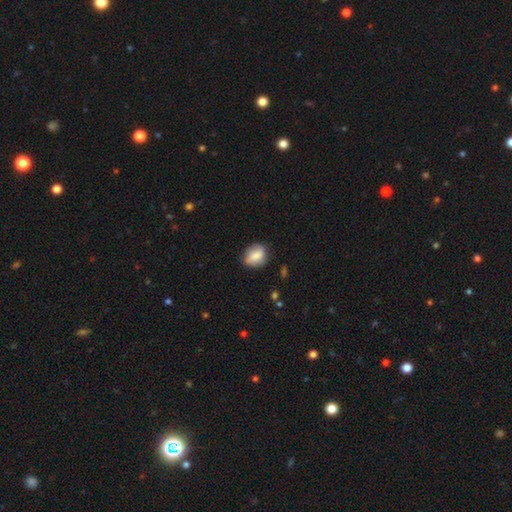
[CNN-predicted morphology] A smooth galaxy with no disk features (75%) that is in between round and cigar-shaped (54%).

Vote fractions:
- Smooth or featured? smooth: 75% / featured or disk: 17% / star or artifact: 8%
- How rounded? in between: 54% / round: 43% / cigar-shaped: 2%
- Merging? none: 71% / minor disturbance: 22% / major disturbance: 5% / merger: 2%